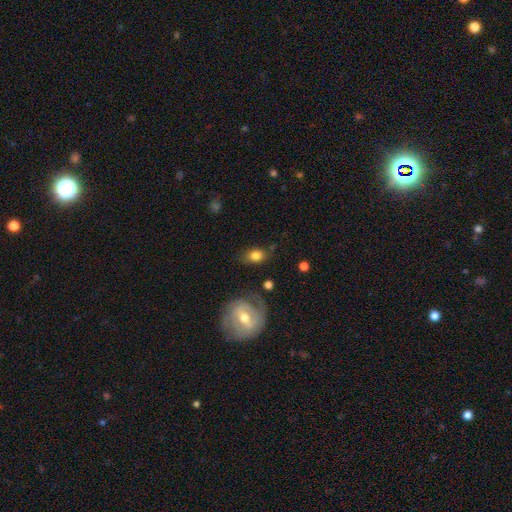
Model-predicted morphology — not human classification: Overall: smooth (74%). How rounded: in between (69%). Merging: none (70%).